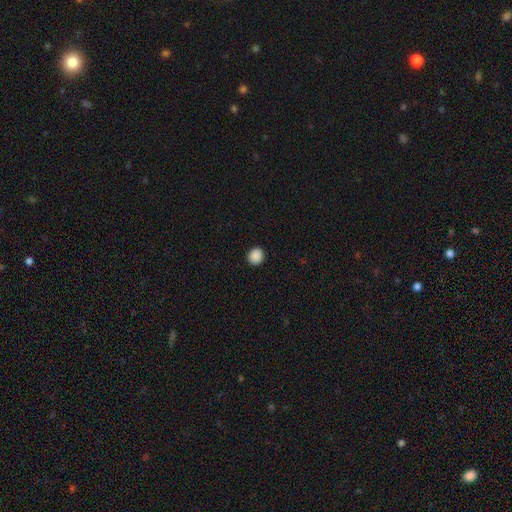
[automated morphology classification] type=smooth (89%); roundness=round (87%); merging=none (92%).